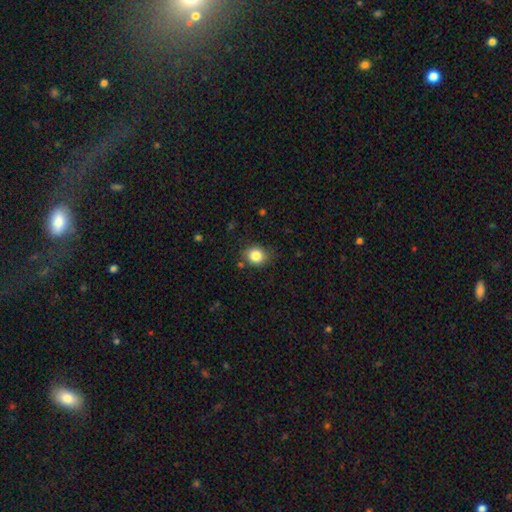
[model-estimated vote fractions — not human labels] smooth 84%, star or artifact 10%, featured or disk 6%. Down the decision tree: how rounded — round (71%); merging — none (80%).